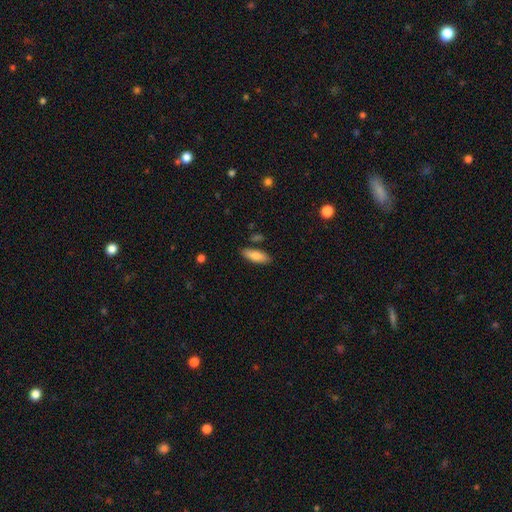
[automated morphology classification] A smooth galaxy with no disk features (80%) that is in between round and cigar-shaped (66%). Merging: none (84%).